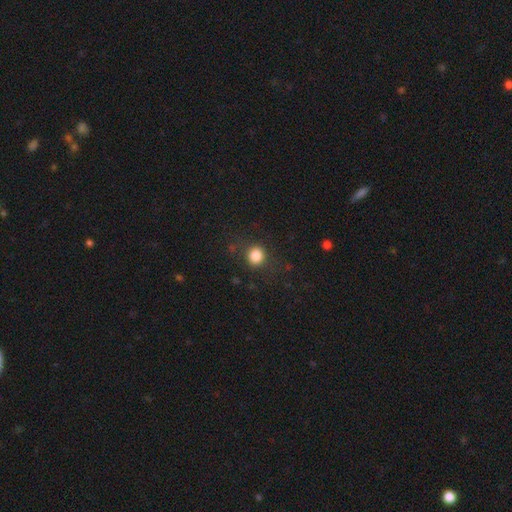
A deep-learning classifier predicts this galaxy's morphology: Overall: smooth (84%). How rounded: round (86%). Merging: none (85%).